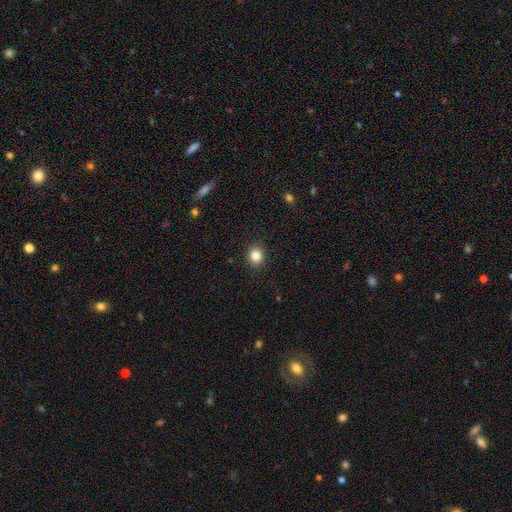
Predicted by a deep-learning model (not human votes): The model was most divided on "how rounded": round: 77%, in between: 22%, cigar-shaped: 1%. More confident: merging — none (91%); smooth or featured — smooth (84%).